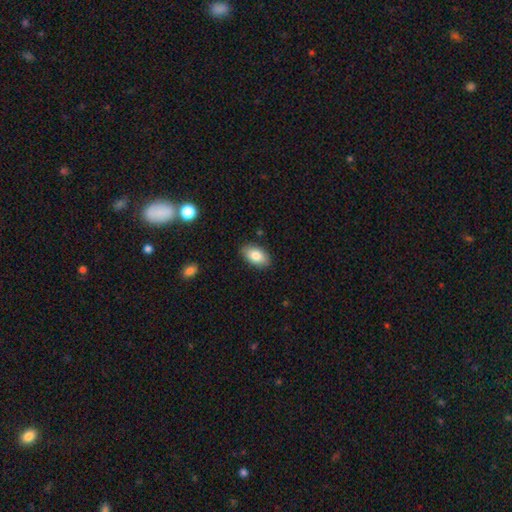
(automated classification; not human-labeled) Morphology: type=smooth (83%); roundness=in between (93%); merging=none (87%).